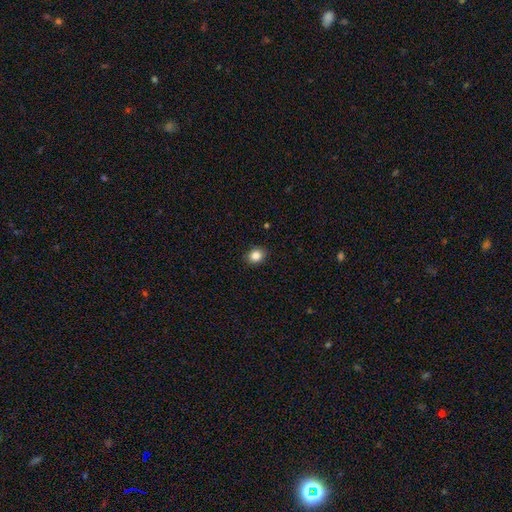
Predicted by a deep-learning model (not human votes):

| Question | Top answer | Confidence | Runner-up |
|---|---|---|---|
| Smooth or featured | smooth | 84% | star or artifact (10%) |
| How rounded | round | 64% | in between (35%) |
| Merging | none | 89% | minor disturbance (8%) |